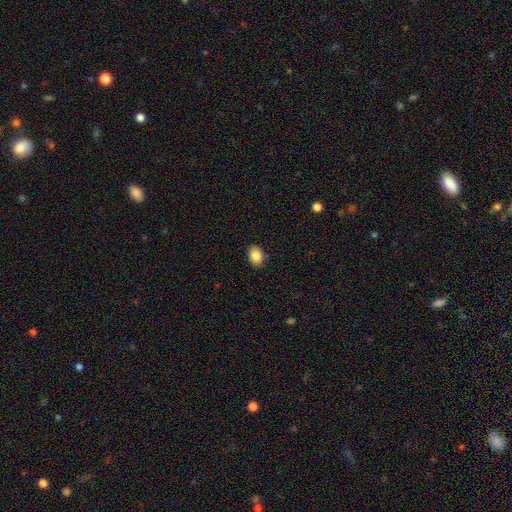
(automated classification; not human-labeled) smooth_or_featured: smooth (p=0.86) [alt: star or artifact p=0.08]
how_rounded: in between (p=0.67) [alt: round p=0.32]
merging: none (p=0.87) [alt: minor disturbance p=0.10]